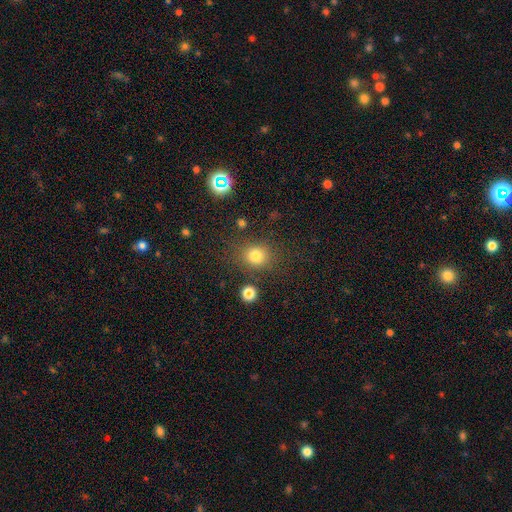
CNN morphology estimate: This appears to be a smooth galaxy with no disk features (78%) that is round (78%). Merging: none (80%).